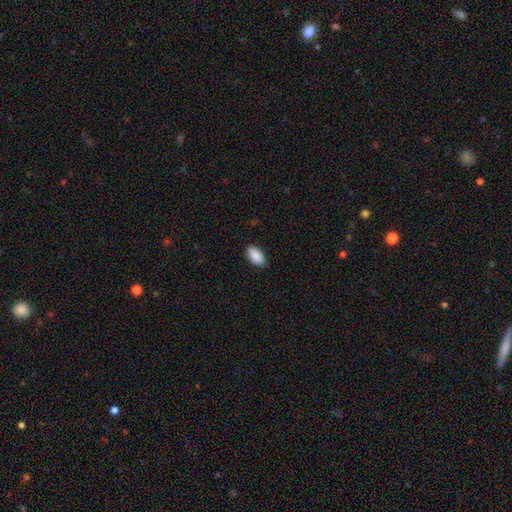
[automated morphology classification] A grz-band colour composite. It shows a smooth galaxy with no disk features (91%) that is in between round and cigar-shaped (95%). Merging: none (89%).